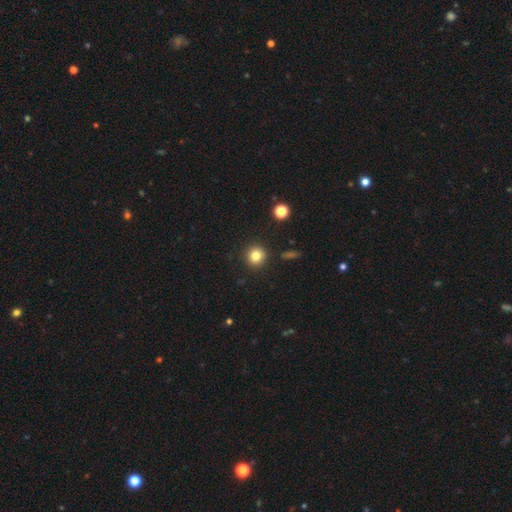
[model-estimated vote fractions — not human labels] Q: Smooth or featured?
A: smooth (82%); runner-up: star or artifact (12%)
Q: How rounded?
A: round (92%); runner-up: in between (7%)
Q: Merging?
A: none (90%); runner-up: minor disturbance (6%)